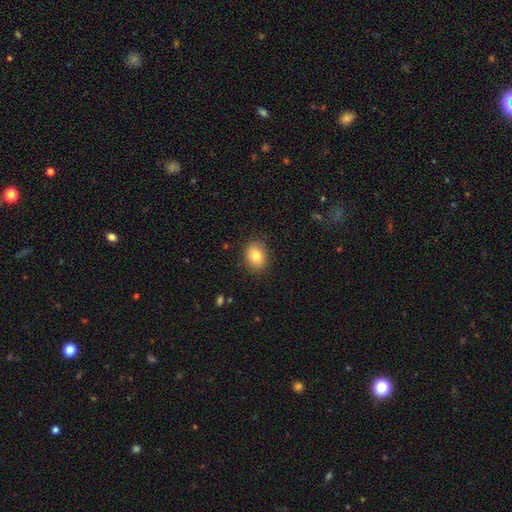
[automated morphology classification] type=smooth (81%); roundness=in between (51%); merging=none (87%).